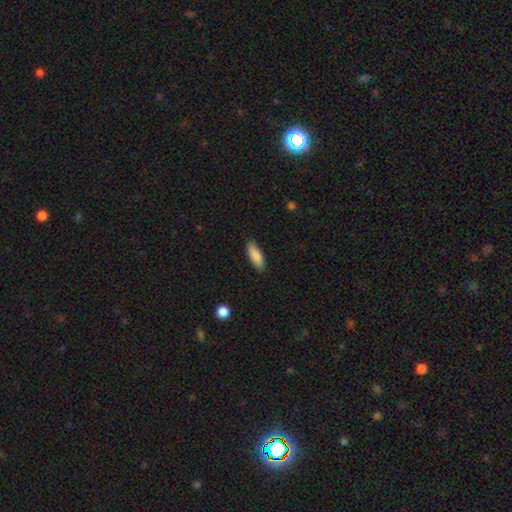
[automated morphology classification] This is clearly a smooth galaxy (88%). How rounded: likely in between (67%). Merging: clearly none (88%).